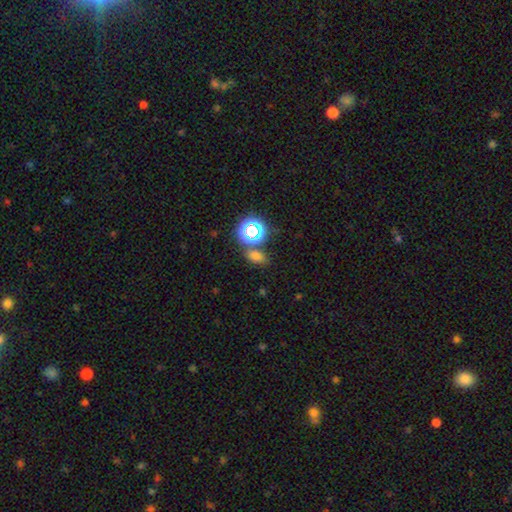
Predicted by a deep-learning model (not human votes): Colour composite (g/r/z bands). It shows a smooth galaxy with no disk features (65%) that is in between round and cigar-shaped (76%). Merging: none (73%).